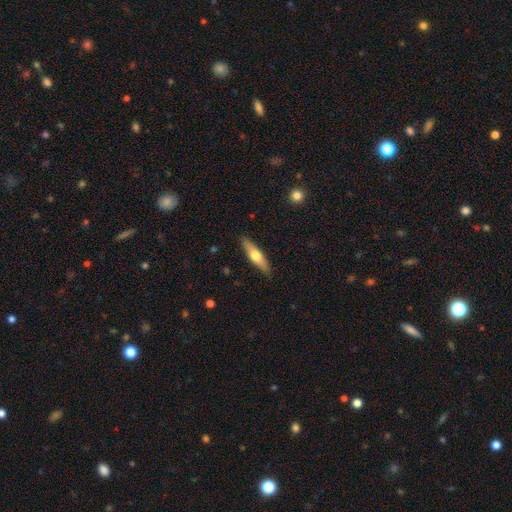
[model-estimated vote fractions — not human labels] Smooth or featured? smooth (48%)
Merging? none (89%)